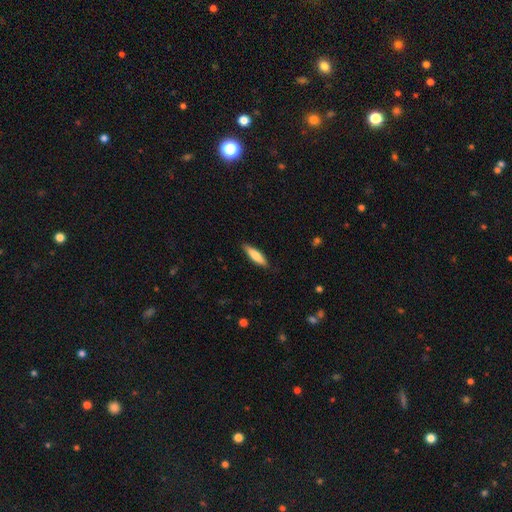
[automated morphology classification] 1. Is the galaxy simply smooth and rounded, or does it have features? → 76% smooth, 18% featured or disk, 5% star or artifact.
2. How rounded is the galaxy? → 72% cigar-shaped, 26% in between, 1% round.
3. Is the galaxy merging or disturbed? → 86% none, 11% minor disturbance, 2% major disturbance, 1% merger.